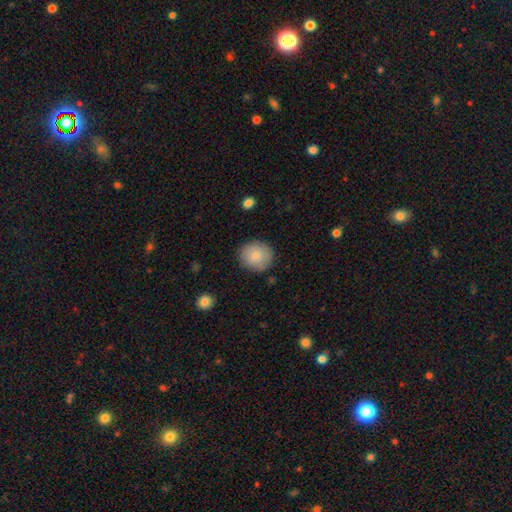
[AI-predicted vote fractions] This is clearly a smooth galaxy (81%). How rounded: clearly round (85%). Merging: clearly none (84%).